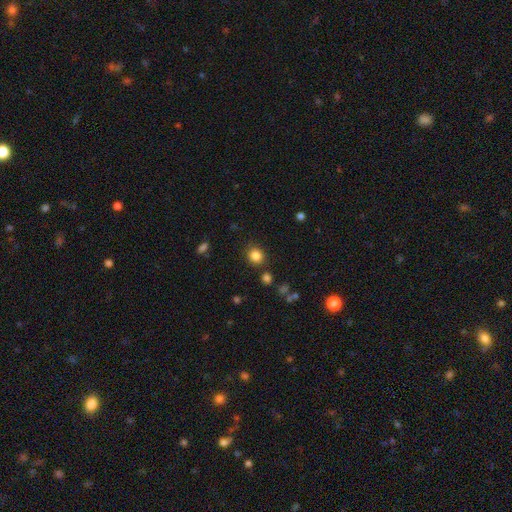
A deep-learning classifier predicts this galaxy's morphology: The model was most divided on "how rounded": round: 82%, in between: 17%, cigar-shaped: 1%. More confident: merging — none (85%); smooth or featured — smooth (83%).